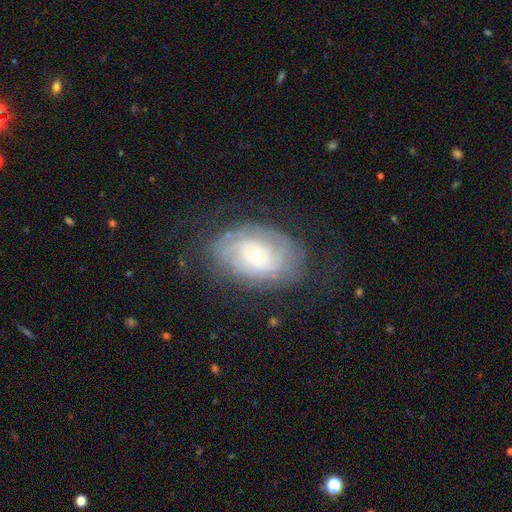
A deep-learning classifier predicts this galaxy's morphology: Smooth or featured?
  - featured or disk: 73% *
  - smooth: 20%
  - star or artifact: 7%
Edge-on disk?
  - no: 95% *
  - yes: 5%
Bar?
  - no: 79% *
  - weak: 17%
  - strong: 4%
Spiral arms?
  - yes: 82% *
  - no: 18%
Spiral winding?
  - tight: 72% *
  - medium: 21%
  - loose: 7%
Spiral arm count?
  - can't tell: 52% *
  - 2: 25%
  - 3: 9%
  - 4: 5%
  - 1: 5%
  - more than 4: 4%
Bulge size?
  - small: 77% *
  - moderate: 19%
  - large: 2%
  - none: 1%
  - dominant: 1%
Merging?
  - none: 69% *
  - minor disturbance: 19%
  - major disturbance: 11%
  - merger: 1%